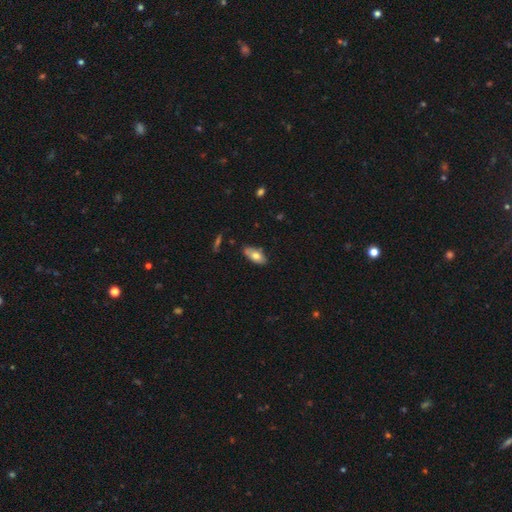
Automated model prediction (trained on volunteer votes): The model was most divided on "smooth or featured": smooth: 70%, featured or disk: 24%, star or artifact: 6%. More confident: how rounded — in between (89%); merging — none (78%).